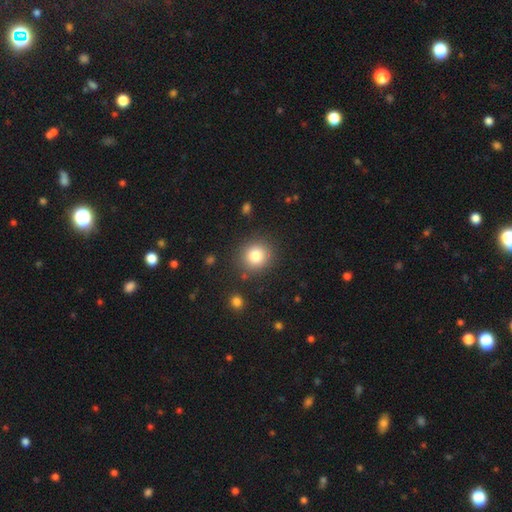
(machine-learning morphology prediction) Smooth or featured: smooth — 81% (star or artifact — 11%)
How rounded: round — 89% (in between — 10%)
Merging: none — 86% (minor disturbance — 8%)